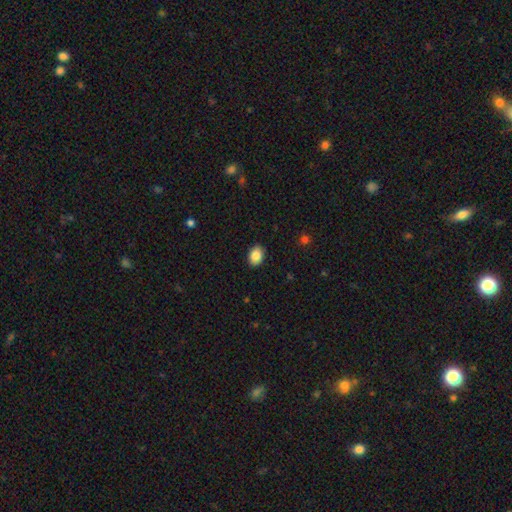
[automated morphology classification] A smooth galaxy with no disk features (87%) that is in between round and cigar-shaped (77%). Merging: none (90%).